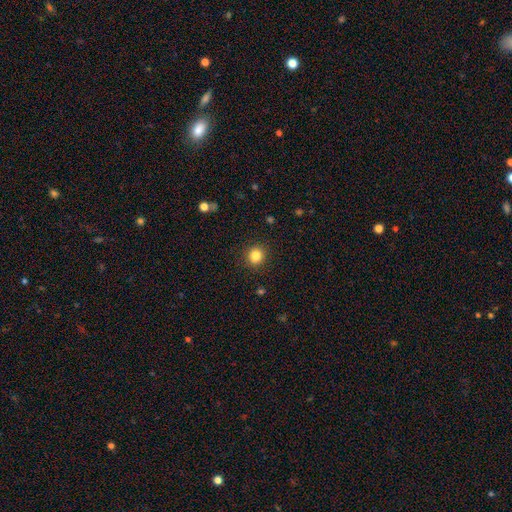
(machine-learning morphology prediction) Overall: smooth (84%). How rounded: round (87%). Merging: none (90%).